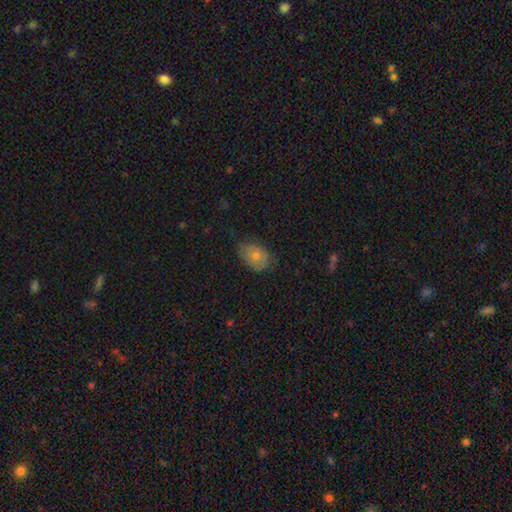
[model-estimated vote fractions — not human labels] smooth-or-featured: smooth: 67% | featured or disk: 24% | star or artifact: 9%
  how-rounded: in between: 75% | round: 24% | cigar-shaped: 1%
  merging: none: 67% | minor disturbance: 26% | major disturbance: 5% | merger: 1%